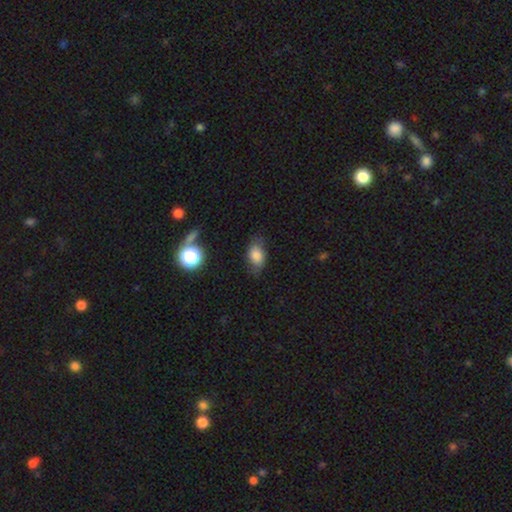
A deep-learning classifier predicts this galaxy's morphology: This is likely a smooth galaxy (80%). How rounded: clearly in between (85%). Merging: likely none (68%).